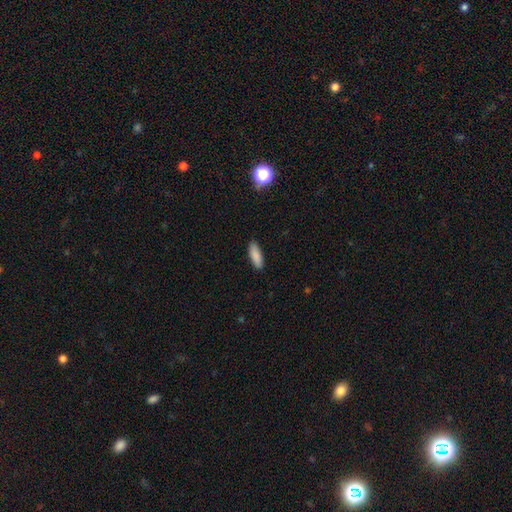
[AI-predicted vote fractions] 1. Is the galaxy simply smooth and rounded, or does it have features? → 89% smooth, 7% star or artifact, 5% featured or disk.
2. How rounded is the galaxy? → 62% in between, 36% cigar-shaped, 2% round.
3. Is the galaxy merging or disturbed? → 88% none, 9% minor disturbance, 2% major disturbance, 1% merger.